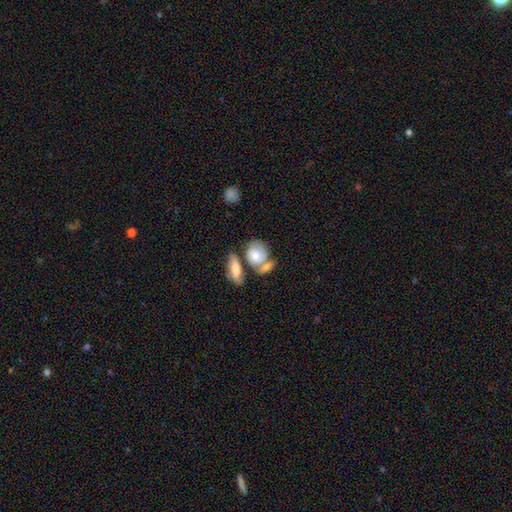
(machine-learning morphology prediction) smooth-or-featured: smooth: 68% | featured or disk: 25% | star or artifact: 7%
  how-rounded: in between: 53% | round: 45% | cigar-shaped: 3%
  merging: merger: 41% | none: 35% | minor disturbance: 15% | major disturbance: 8%